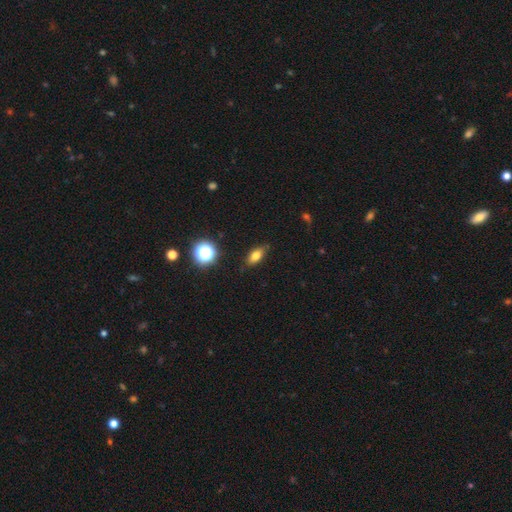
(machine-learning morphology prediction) type=smooth (76%); roundness=in between (79%); merging=none (82%).